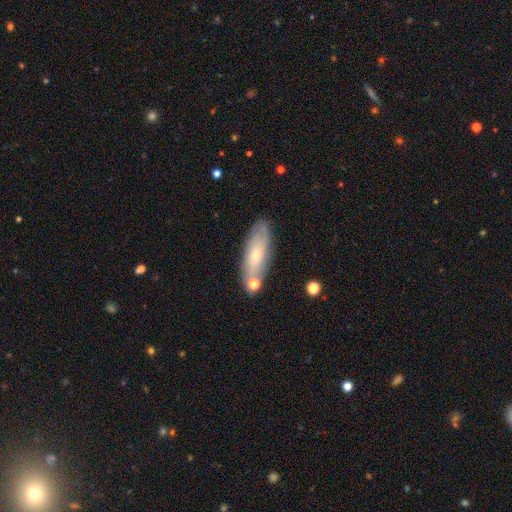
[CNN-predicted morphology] Smooth or featured: smooth — 51% (featured or disk — 41%)
How rounded: in between — 61% (cigar-shaped — 36%)
Merging: none — 72% (minor disturbance — 16%)